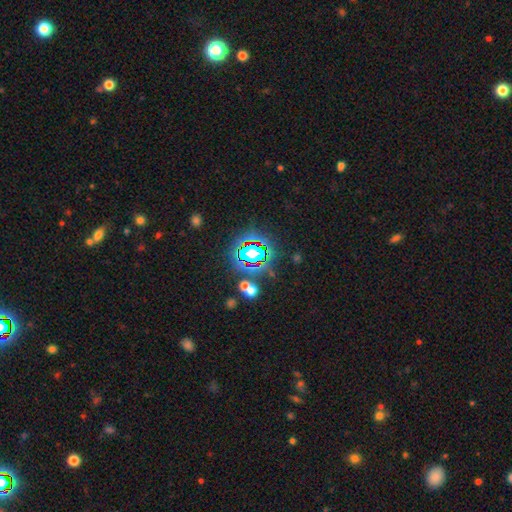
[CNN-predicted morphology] This appears to be a star or artifact, not a galaxy (64%).